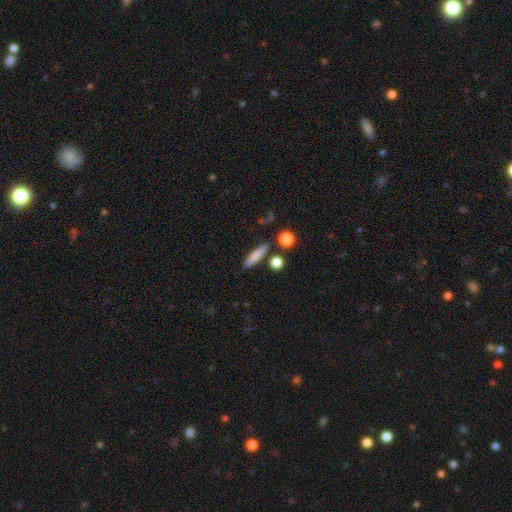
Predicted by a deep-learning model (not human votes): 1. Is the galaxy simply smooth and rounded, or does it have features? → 78% smooth, 14% featured or disk, 8% star or artifact.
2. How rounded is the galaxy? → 72% cigar-shaped, 21% in between, 7% round.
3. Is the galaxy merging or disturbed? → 80% none, 10% minor disturbance, 6% merger, 3% major disturbance.